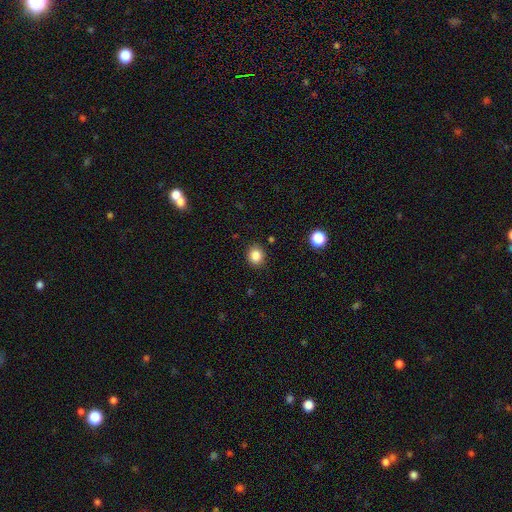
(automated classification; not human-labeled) Smooth or featured: smooth — 85% (star or artifact — 11%)
How rounded: round — 77% (in between — 22%)
Merging: none — 88% (minor disturbance — 8%)